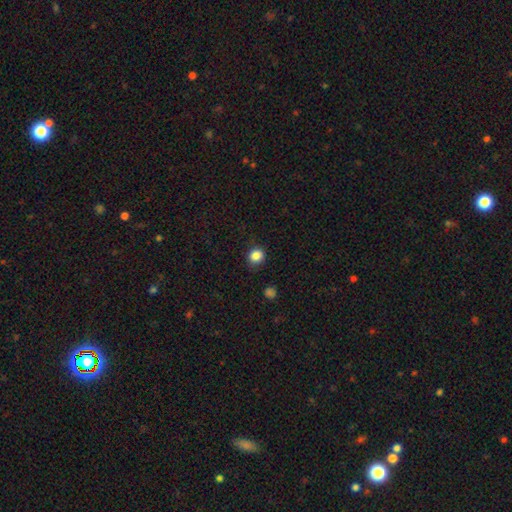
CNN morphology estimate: A smooth galaxy with no disk features (85%) that is round (83%).

Vote fractions:
- Smooth or featured? smooth: 85% / star or artifact: 11% / featured or disk: 4%
- How rounded? round: 83% / in between: 17% / cigar-shaped: 1%
- Merging? none: 86% / minor disturbance: 10% / major disturbance: 3% / merger: 1%